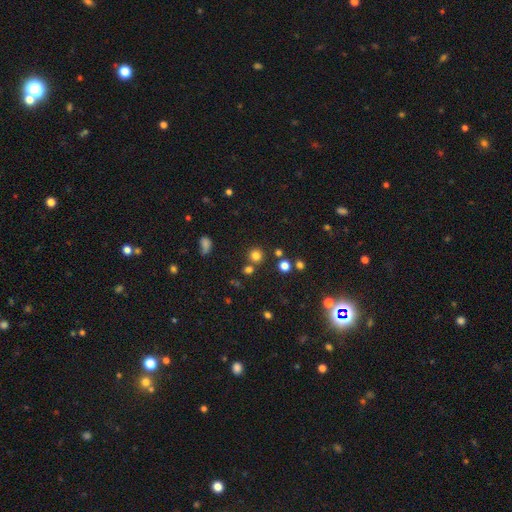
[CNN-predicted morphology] Q: Smooth or featured?
A: smooth (77%); runner-up: star or artifact (17%)
Q: How rounded?
A: round (91%); runner-up: in between (8%)
Q: Merging?
A: none (77%); runner-up: merger (12%)